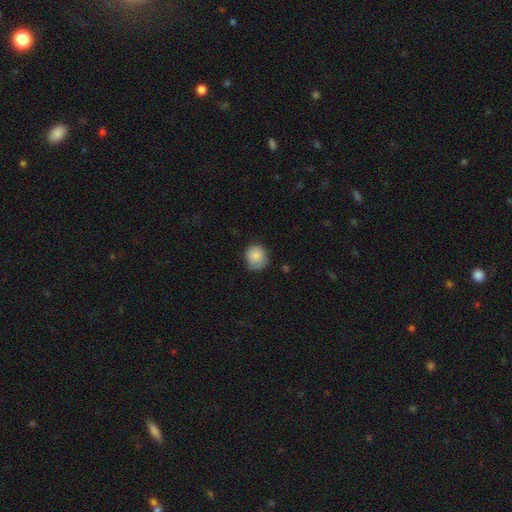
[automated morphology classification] type=smooth (86%); roundness=round (84%); merging=none (77%).